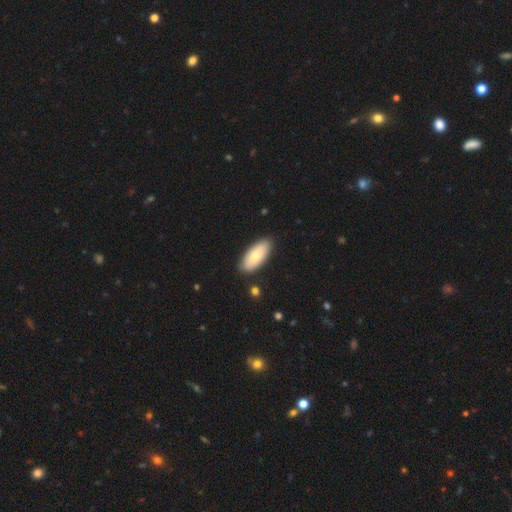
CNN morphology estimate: This is likely a smooth galaxy (73%). How rounded: clearly in between (88%). Merging: clearly none (87%).